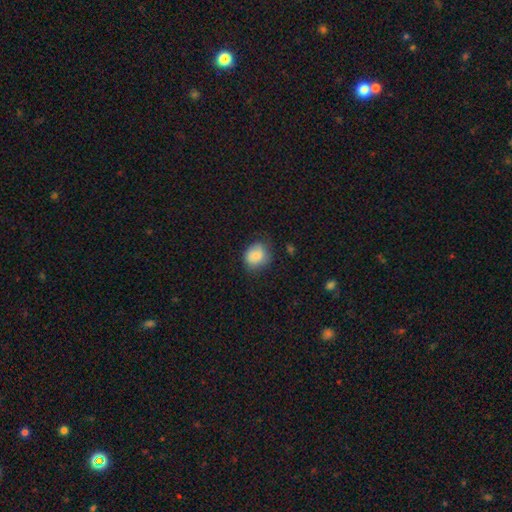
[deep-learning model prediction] Smooth or featured? Predicted: smooth (p=0.85). How rounded? Predicted: round (p=0.71). Merging? Predicted: none (p=0.70).